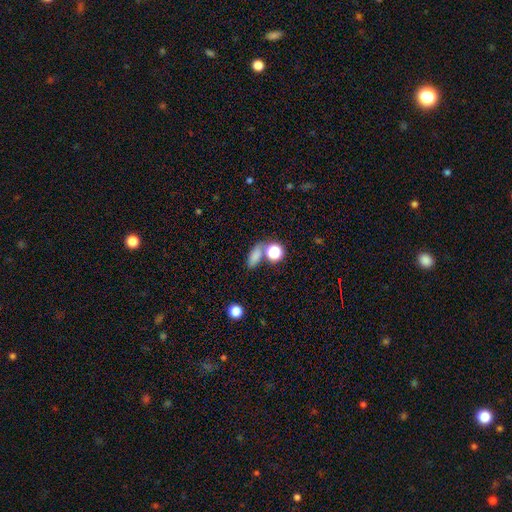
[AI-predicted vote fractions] Smooth or featured: smooth — 77% (star or artifact — 15%)
How rounded: in between — 69% (round — 19%)
Merging: none — 58% (merger — 24%)